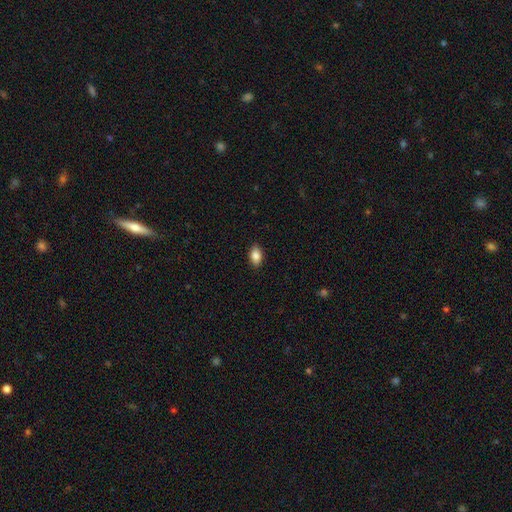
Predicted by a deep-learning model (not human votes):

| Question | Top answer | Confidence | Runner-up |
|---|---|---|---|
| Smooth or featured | smooth | 86% | star or artifact (8%) |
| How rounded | in between | 90% | round (7%) |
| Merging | none | 89% | minor disturbance (8%) |